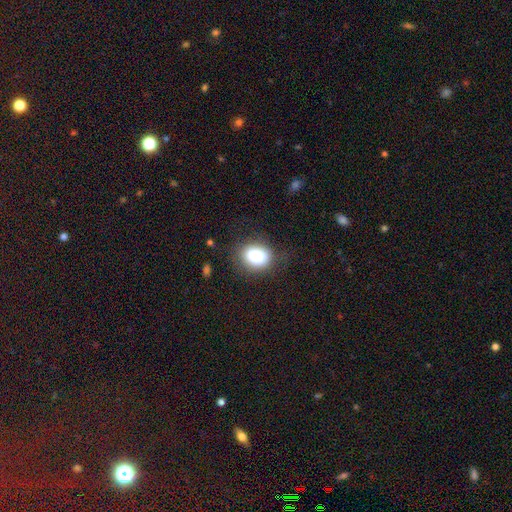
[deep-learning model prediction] Overall: smooth (82%). How rounded: in between (61%; round 38%). Merging: none (71%).